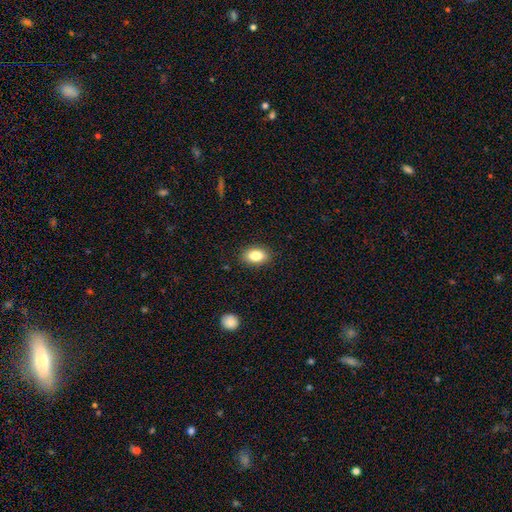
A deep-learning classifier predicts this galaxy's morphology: The model was most divided on "smooth or featured": smooth: 85%, star or artifact: 8%, featured or disk: 7%. More confident: how rounded — in between (88%); merging — none (88%).